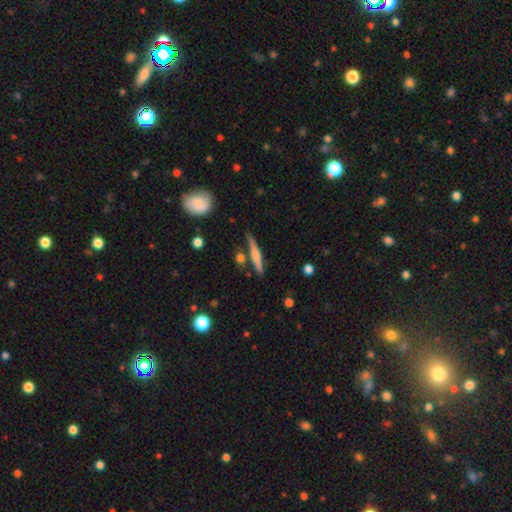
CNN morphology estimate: A featured or disk galaxy (52%) viewed edge-on (95%). Merging: none (77%).